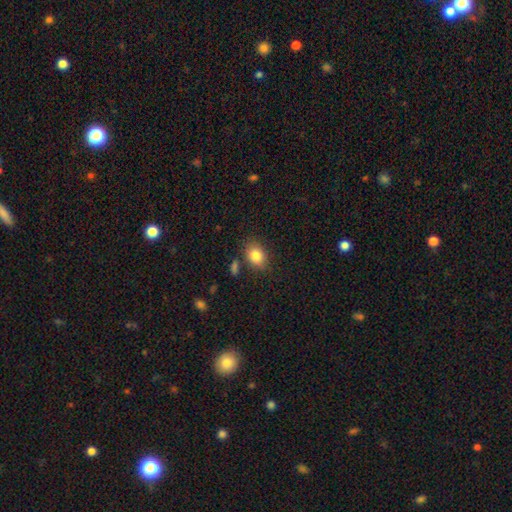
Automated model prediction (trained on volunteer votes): Overall: smooth (83%). How rounded: in between (71%). Merging: none (78%).